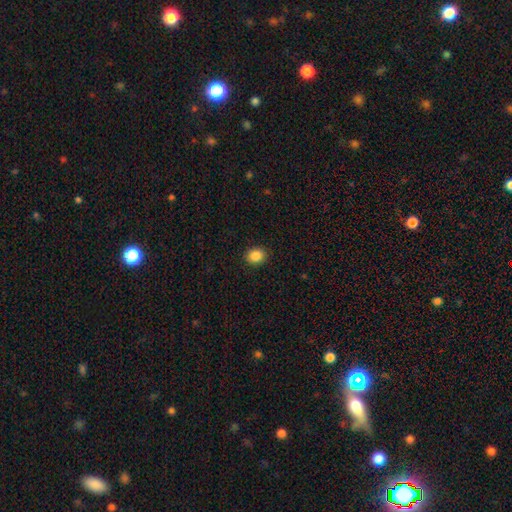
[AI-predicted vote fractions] Smooth or featured? Predicted: smooth (p=0.87). How rounded? Predicted: round (p=0.61). Merging? Predicted: none (p=0.91).